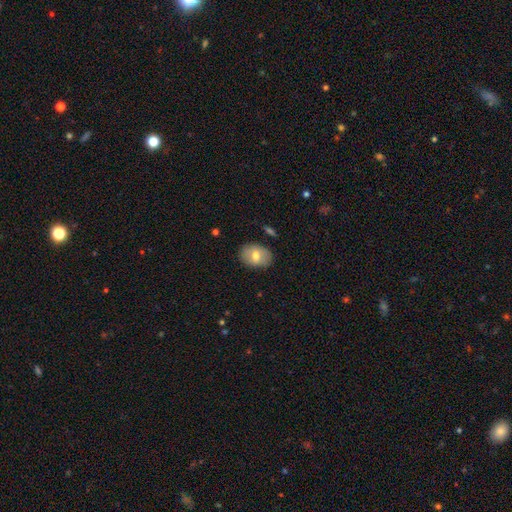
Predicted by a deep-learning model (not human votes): Smooth or featured? Predicted: smooth (p=0.68). How rounded? Predicted: in between (p=0.76). Merging? Predicted: none (p=0.84).